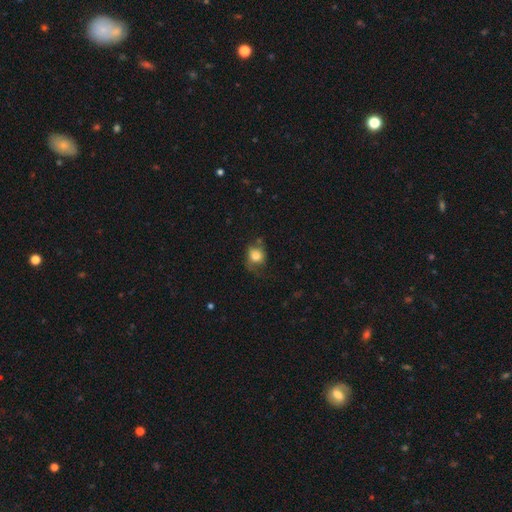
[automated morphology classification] Q: Smooth or featured?
A: smooth (78%); runner-up: featured or disk (12%)
Q: How rounded?
A: round (65%); runner-up: in between (33%)
Q: Merging?
A: none (48%); runner-up: minor disturbance (31%)